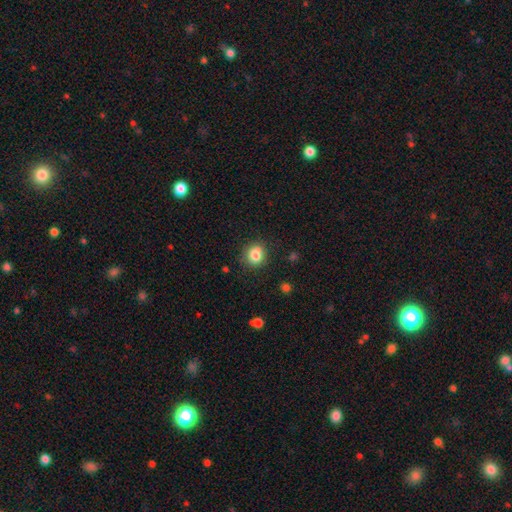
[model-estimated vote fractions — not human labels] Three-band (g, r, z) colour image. It shows a smooth galaxy with no disk features (81%) that is round (77%). Merging: none (77%).